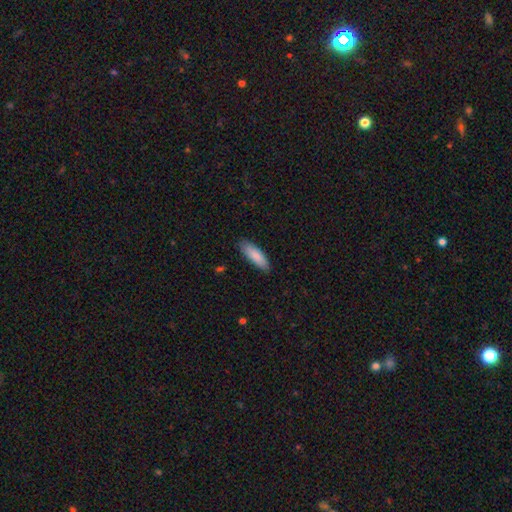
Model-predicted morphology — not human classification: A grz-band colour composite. It shows a smooth galaxy with no disk features (87%) that is in between round and cigar-shaped (60%). Merging: none (86%).